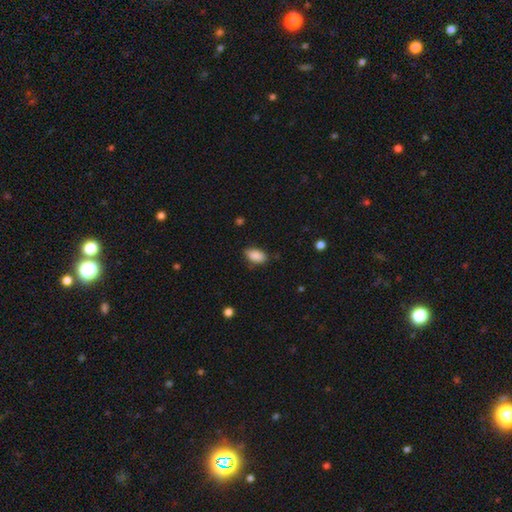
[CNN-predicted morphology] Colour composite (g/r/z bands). It shows a smooth galaxy with no disk features (89%) that is in between round and cigar-shaped (92%). Merging: none (77%).